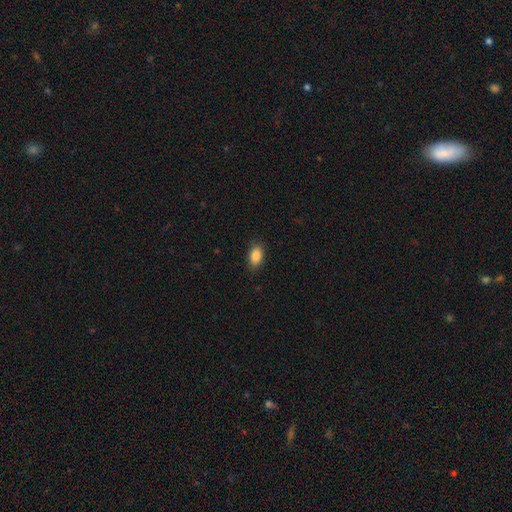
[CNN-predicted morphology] smooth_or_featured: smooth (p=0.87) [alt: star or artifact p=0.08]
how_rounded: in between (p=0.90) [alt: round p=0.07]
merging: none (p=0.86) [alt: minor disturbance p=0.11]